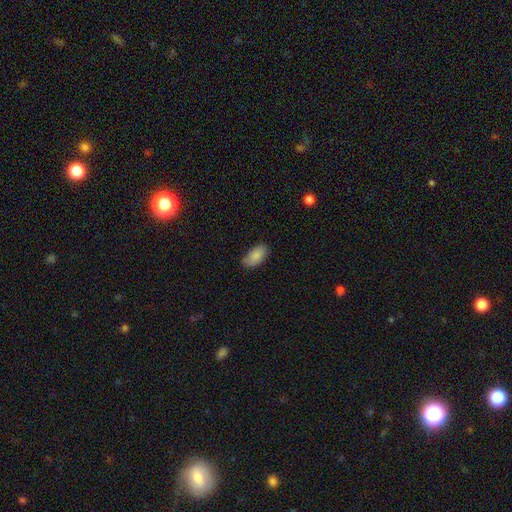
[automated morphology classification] Overall: smooth (87%). How rounded: in between (93%). Merging: none (75%).